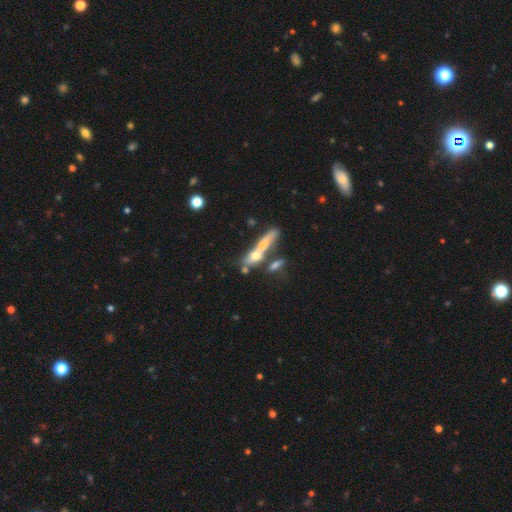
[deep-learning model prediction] Overall: smooth (48%; featured or disk 42%). Merging: merger (57%; none 24%).